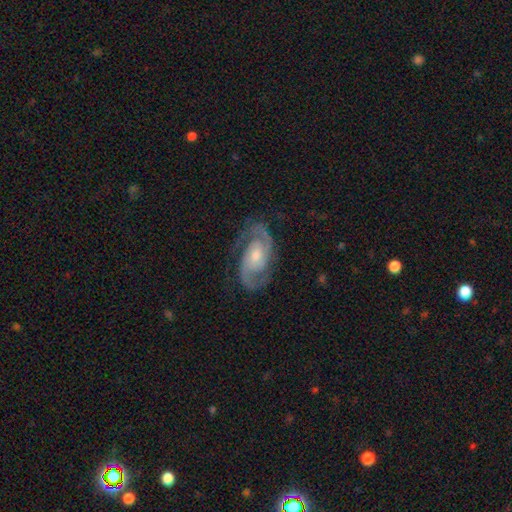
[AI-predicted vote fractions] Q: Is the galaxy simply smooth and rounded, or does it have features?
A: featured or disk — 91%.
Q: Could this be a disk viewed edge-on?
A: no — 97%.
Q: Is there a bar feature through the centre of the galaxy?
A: no — 57%.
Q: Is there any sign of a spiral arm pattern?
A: yes — 98%.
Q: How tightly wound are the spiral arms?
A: medium — 52%.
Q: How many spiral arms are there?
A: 2 — 92%.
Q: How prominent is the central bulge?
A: moderate — 53%.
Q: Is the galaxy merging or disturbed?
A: none — 80%.